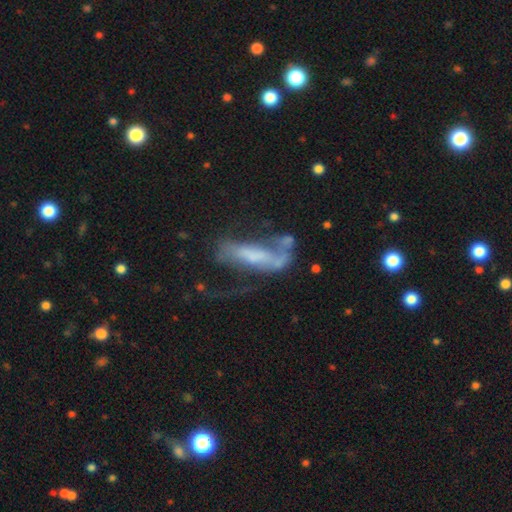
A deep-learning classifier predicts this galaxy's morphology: smooth_or_featured: featured or disk (p=0.61) [alt: smooth p=0.29]
disk_edge_on: no (p=0.78) [alt: yes p=0.22]
merging: major disturbance (p=0.40) [alt: none p=0.26]